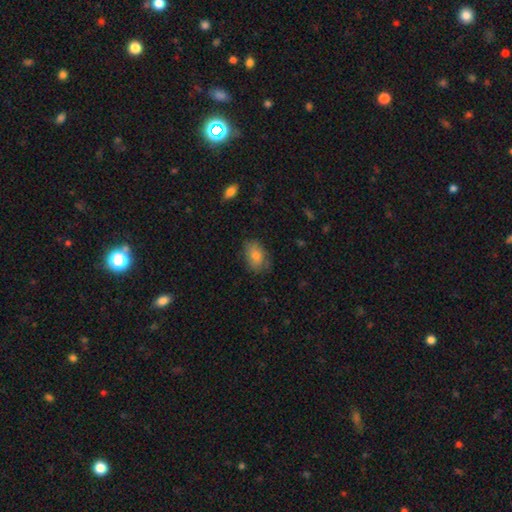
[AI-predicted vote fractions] The model was most divided on "merging": none: 75%, minor disturbance: 20%, major disturbance: 4%, merger: 1%. More confident: how rounded — in between (85%); smooth or featured — smooth (78%).